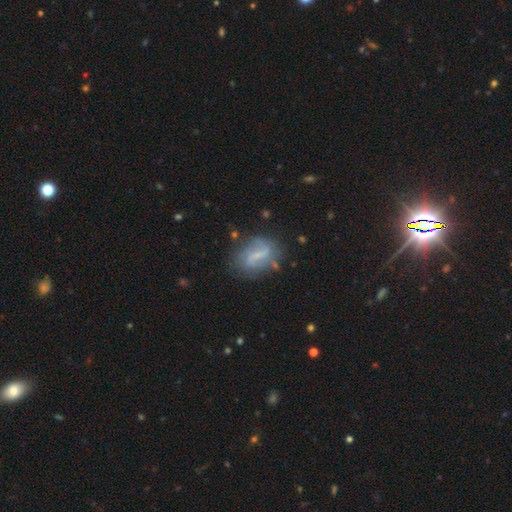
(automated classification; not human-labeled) featured or disk 63%, smooth 28%, star or artifact 9%. Down the decision tree: edge-on disk — no (94%); bar — weak (44%); spiral arms — yes (71%); bulge size — small (50%); merging — none (68%).